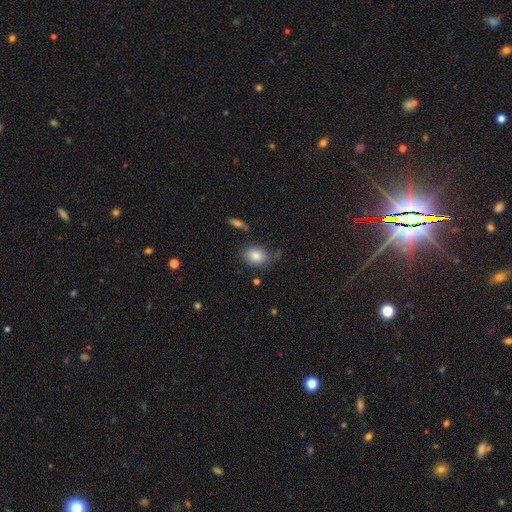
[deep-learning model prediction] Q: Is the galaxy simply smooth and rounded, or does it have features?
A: smooth — 84%.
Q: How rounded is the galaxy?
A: in between — 64%.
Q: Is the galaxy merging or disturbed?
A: none — 70%.